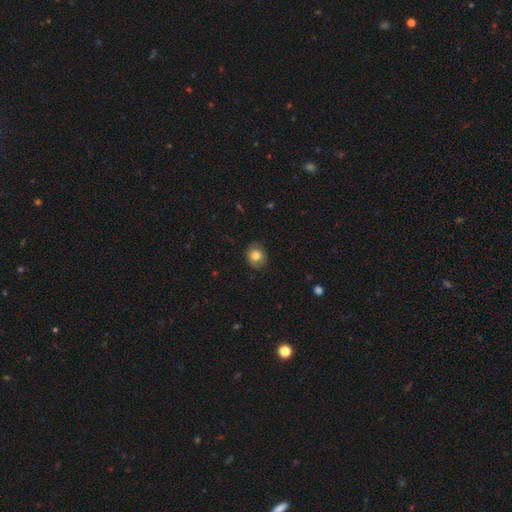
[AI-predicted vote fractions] This is likely a smooth galaxy (80%). How rounded: likely round (67%). Merging: clearly none (84%).